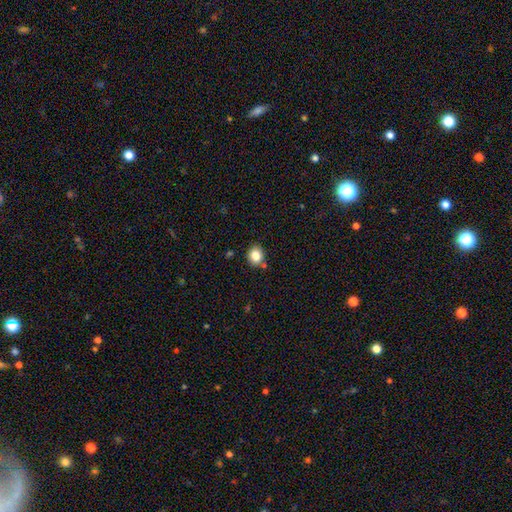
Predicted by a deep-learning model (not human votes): Smooth or featured? Predicted: smooth (p=0.83). How rounded? Predicted: round (p=0.74). Merging? Predicted: none (p=0.82).